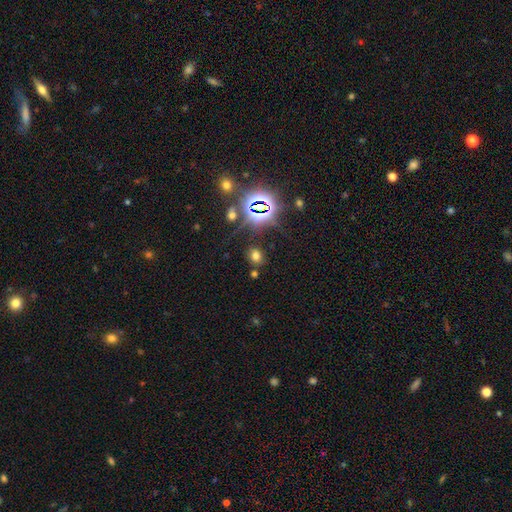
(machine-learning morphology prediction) smooth-or-featured: smooth: 59% | star or artifact: 33% | featured or disk: 8%
  how-rounded: round: 53% | in between: 46% | cigar-shaped: 2%
  merging: none: 81% | minor disturbance: 10% | merger: 5% | major disturbance: 4%